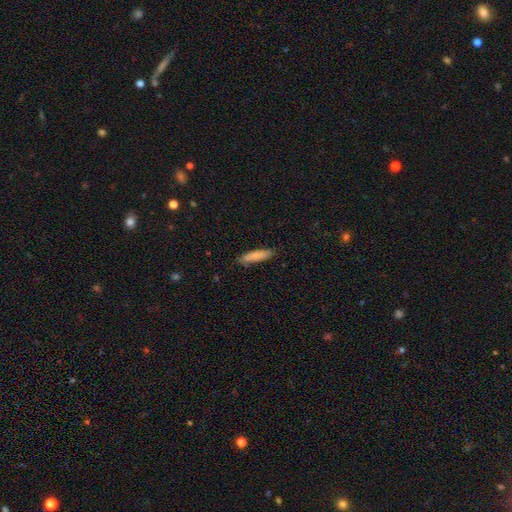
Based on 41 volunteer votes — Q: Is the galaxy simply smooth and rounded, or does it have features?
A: smooth — 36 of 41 (88%).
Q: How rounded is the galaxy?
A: cigar-shaped — 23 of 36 (64%).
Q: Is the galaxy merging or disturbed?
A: none — 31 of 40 (78%).